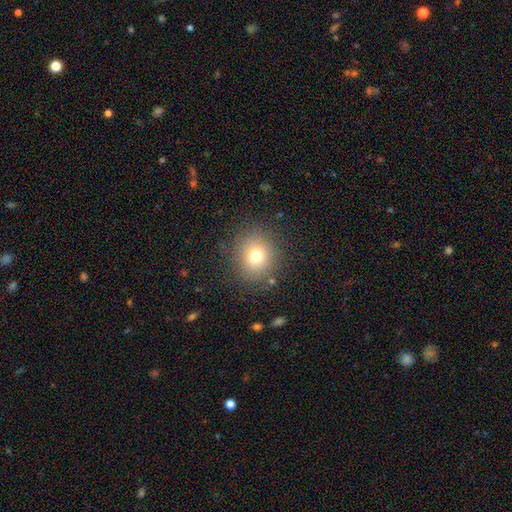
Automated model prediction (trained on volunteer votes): This appears to be a smooth galaxy with no disk features (73%) that is round (84%). Merging: none (86%).